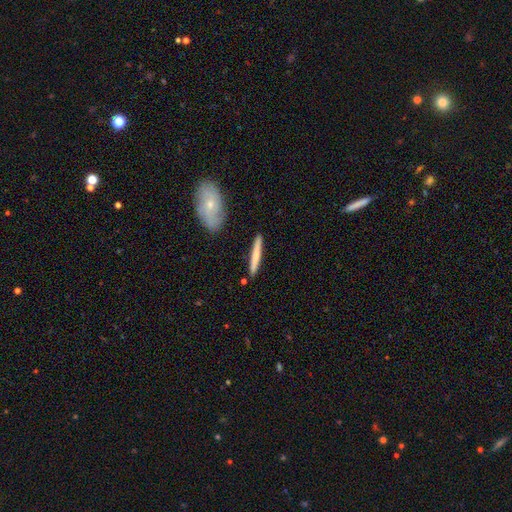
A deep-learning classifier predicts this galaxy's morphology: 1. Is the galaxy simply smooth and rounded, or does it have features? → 65% smooth, 30% featured or disk, 5% star or artifact.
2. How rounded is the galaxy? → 95% cigar-shaped, 4% in between, 1% round.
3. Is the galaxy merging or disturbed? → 88% none, 7% minor disturbance, 3% merger, 2% major disturbance.